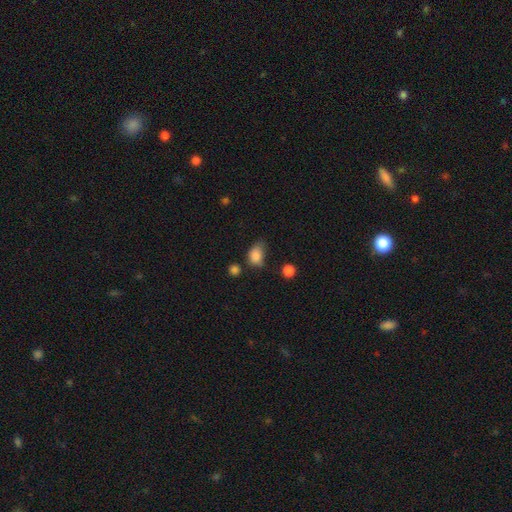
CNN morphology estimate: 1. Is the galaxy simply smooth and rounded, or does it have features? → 84% smooth, 10% star or artifact, 6% featured or disk.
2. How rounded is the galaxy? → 69% in between, 29% round, 1% cigar-shaped.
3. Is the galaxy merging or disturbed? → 41% minor disturbance, 40% none, 14% major disturbance, 6% merger.